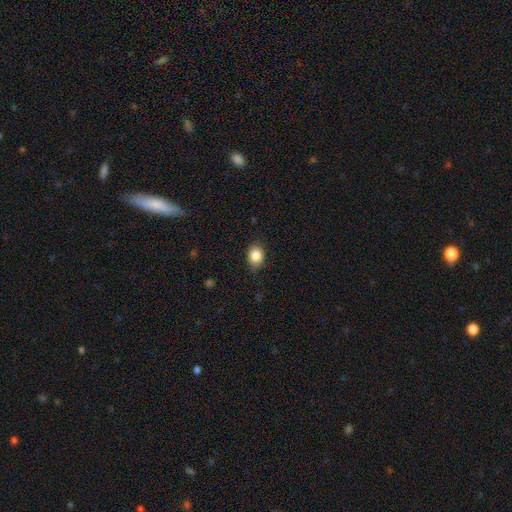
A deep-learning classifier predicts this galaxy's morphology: Smooth or featured? Predicted: smooth (p=0.85). How rounded? Predicted: in between (p=0.50). Merging? Predicted: none (p=0.81).